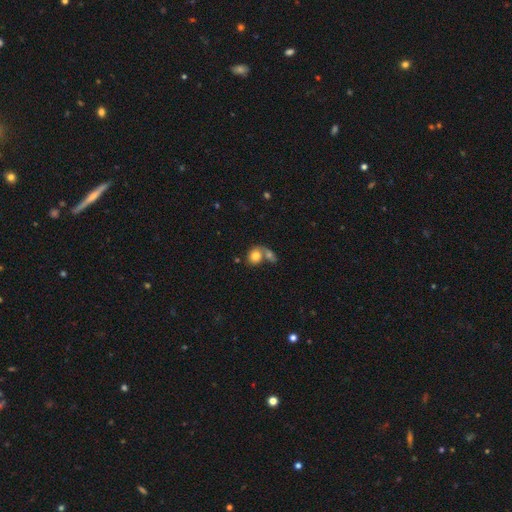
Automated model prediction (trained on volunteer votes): This is likely a smooth galaxy (79%). How rounded: likely round (62%). Merging: possibly merger (51%).